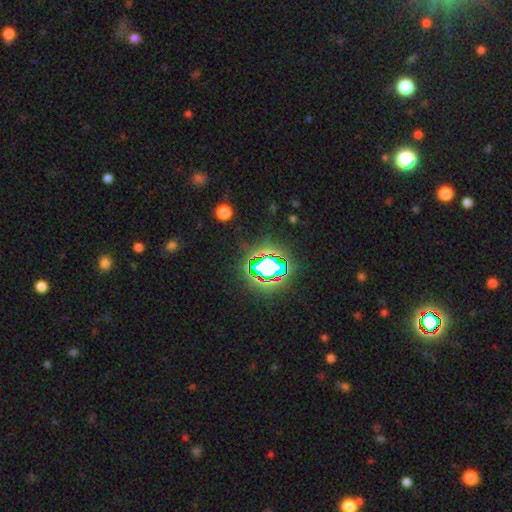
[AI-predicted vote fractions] Smooth or featured?
  - star or artifact: 81% *
  - smooth: 12%
  - featured or disk: 7%